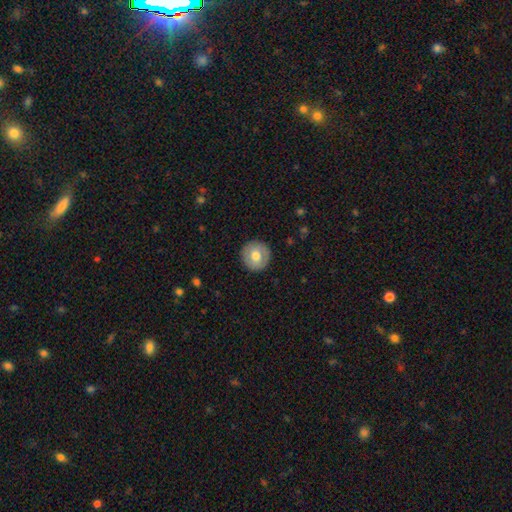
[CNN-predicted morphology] This appears to be a smooth galaxy with no disk features (70%) that is round (95%). Merging: none (91%).